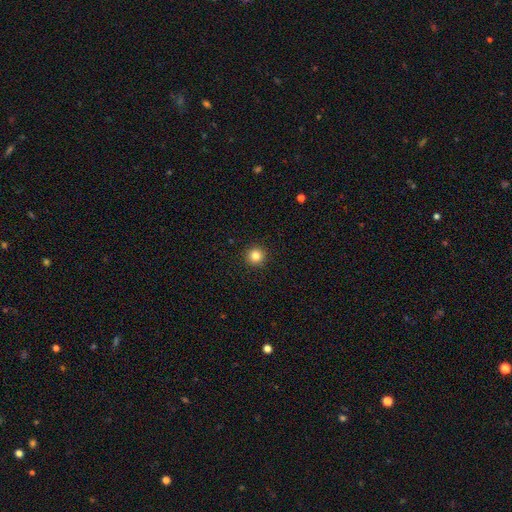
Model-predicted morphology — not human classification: Q: Smooth or featured?
A: smooth (83%); runner-up: star or artifact (12%)
Q: How rounded?
A: round (96%); runner-up: in between (3%)
Q: Merging?
A: none (93%); runner-up: minor disturbance (4%)